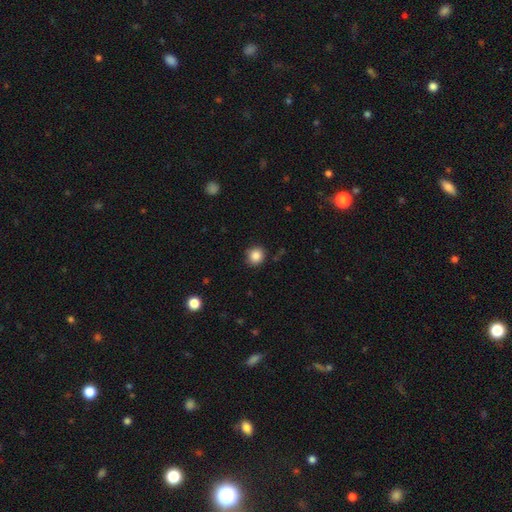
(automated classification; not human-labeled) Overall: smooth (86%). How rounded: round (89%). Merging: none (88%).